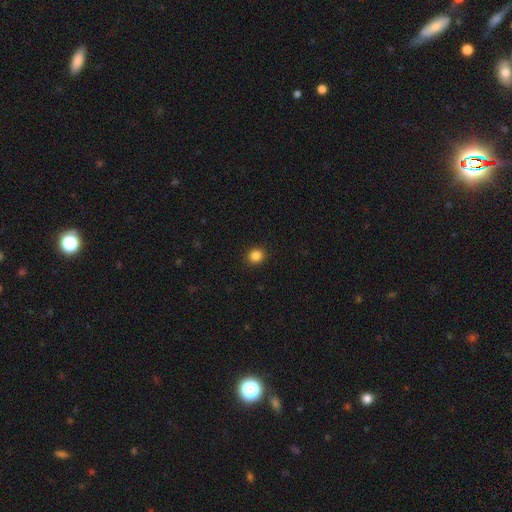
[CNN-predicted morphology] Smooth or featured?
  - smooth: 85% *
  - star or artifact: 11%
  - featured or disk: 4%
How rounded?
  - round: 84% *
  - in between: 15%
  - cigar-shaped: 1%
Merging?
  - none: 92% *
  - minor disturbance: 5%
  - major disturbance: 2%
  - merger: 1%